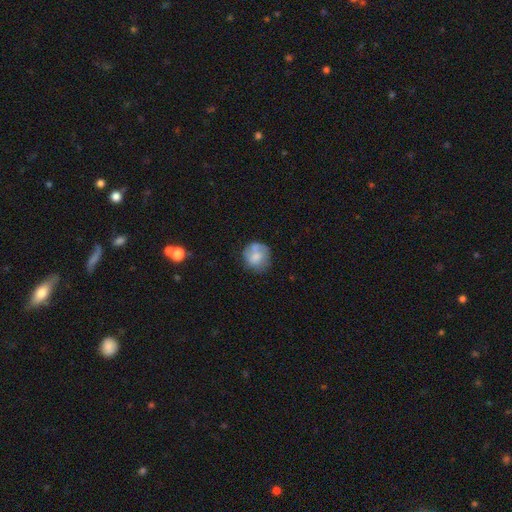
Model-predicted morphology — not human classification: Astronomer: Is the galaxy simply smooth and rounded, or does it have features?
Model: smooth — 60%.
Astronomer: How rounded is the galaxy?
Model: round — 83%.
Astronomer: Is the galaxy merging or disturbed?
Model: none — 56%.